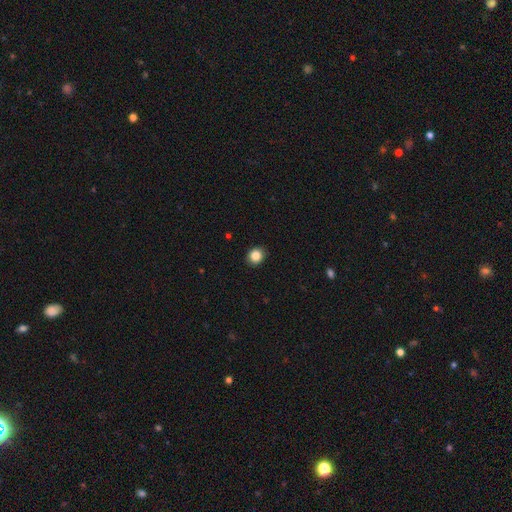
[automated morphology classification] This is clearly a smooth galaxy (86%). How rounded: likely round (78%). Merging: clearly none (90%).